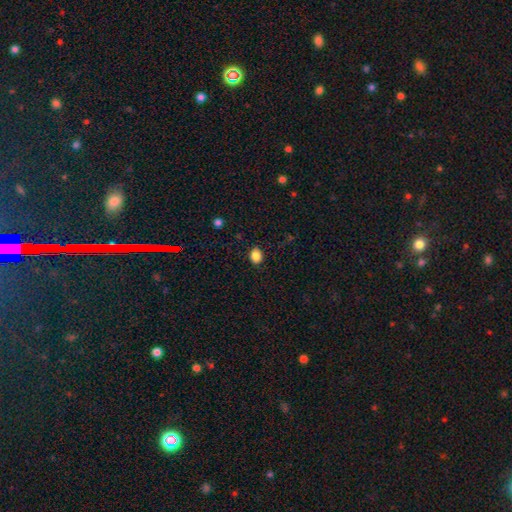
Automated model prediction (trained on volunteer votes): smooth-or-featured: smooth: 86% | star or artifact: 10% | featured or disk: 4%
  how-rounded: in between: 50% | round: 49% | cigar-shaped: 1%
  merging: none: 89% | minor disturbance: 8% | major disturbance: 2% | merger: 1%